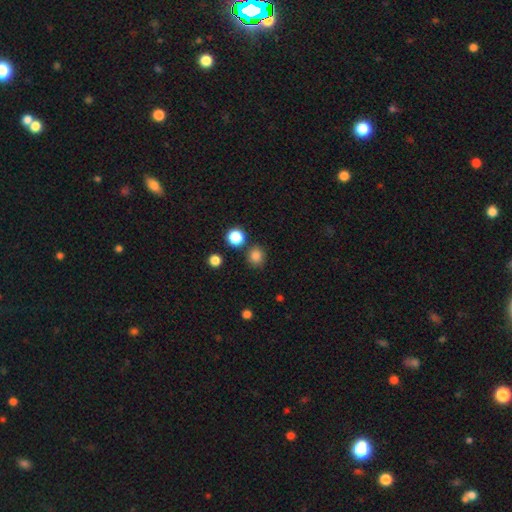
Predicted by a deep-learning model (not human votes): This is clearly a smooth galaxy (83%). How rounded: clearly round (85%). Merging: clearly none (82%).